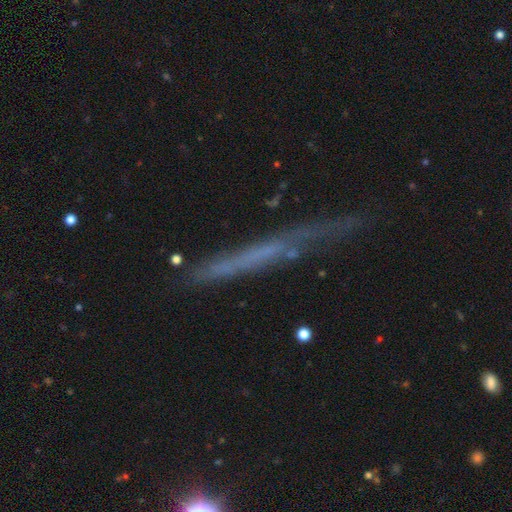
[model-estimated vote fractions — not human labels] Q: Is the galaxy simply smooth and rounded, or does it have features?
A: featured or disk — 49%.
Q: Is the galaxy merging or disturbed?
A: none — 67%.